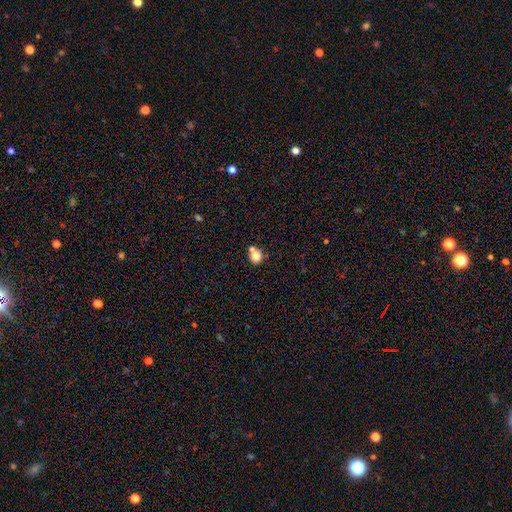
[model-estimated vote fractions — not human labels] Morphology: type=smooth (80%); roundness=round (82%); merging=none (49%).